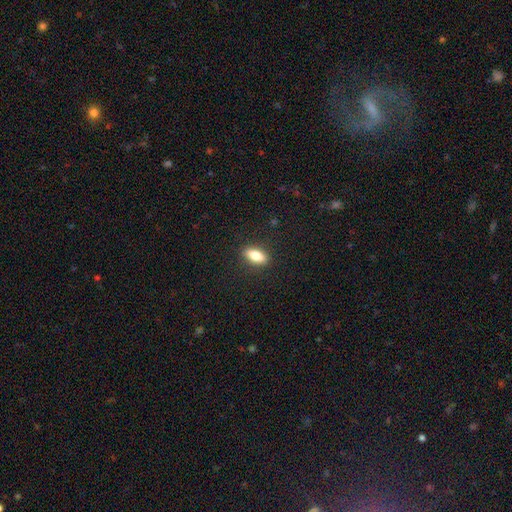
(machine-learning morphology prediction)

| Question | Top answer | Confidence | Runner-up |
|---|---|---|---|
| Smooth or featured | smooth | 78% | featured or disk (15%) |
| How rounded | in between | 76% | cigar-shaped (20%) |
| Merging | none | 88% | minor disturbance (9%) |